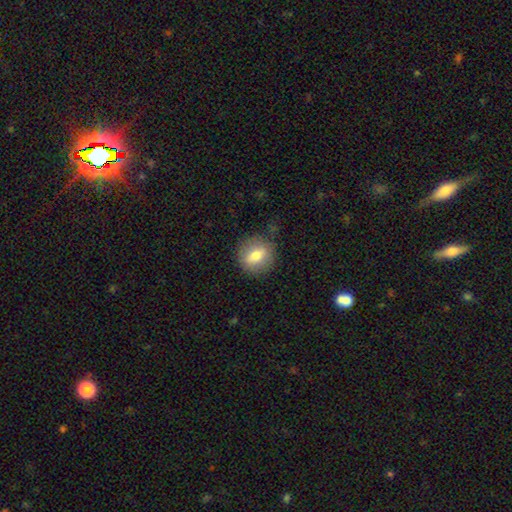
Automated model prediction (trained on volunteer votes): This is likely a smooth galaxy (74%). How rounded: likely round (71%). Merging: clearly none (80%).